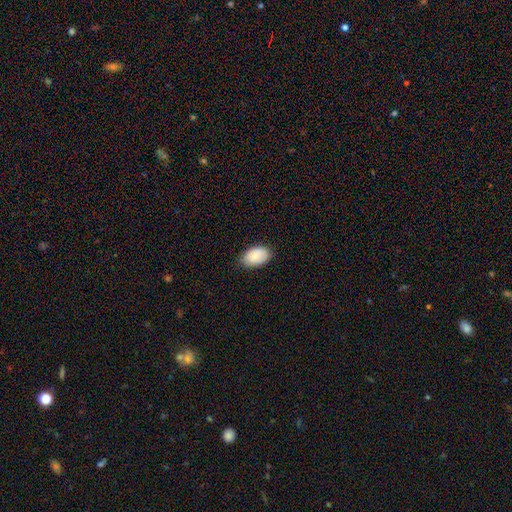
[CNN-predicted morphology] smooth_or_featured: smooth (p=0.83) [alt: featured or disk p=0.11]
how_rounded: in between (p=0.93) [alt: round p=0.06]
merging: none (p=0.80) [alt: minor disturbance p=0.17]